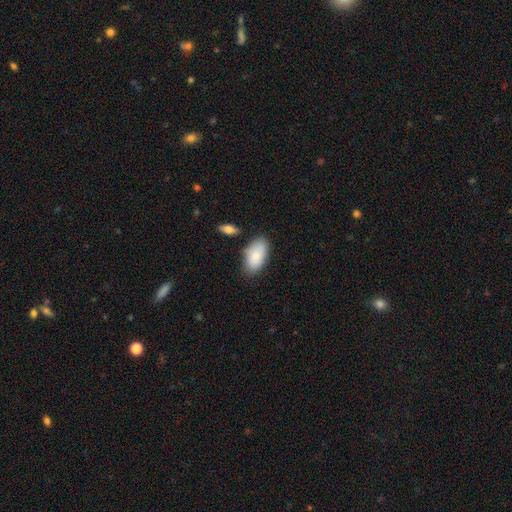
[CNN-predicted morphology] This is clearly a smooth galaxy (83%). How rounded: clearly in between (95%). Merging: likely none (75%).